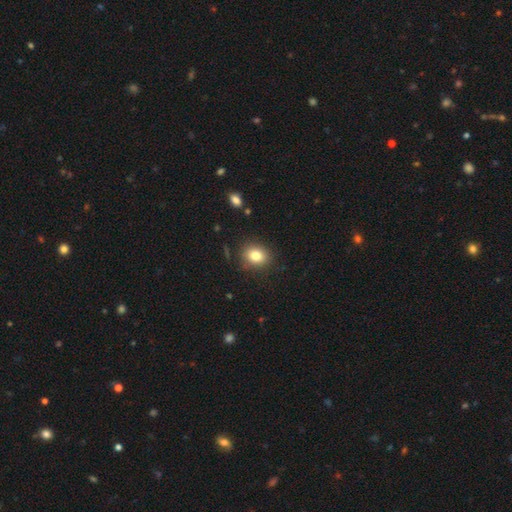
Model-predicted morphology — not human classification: smooth 82%, star or artifact 10%, featured or disk 7%. Down the decision tree: how rounded — round (57%); merging — none (86%).